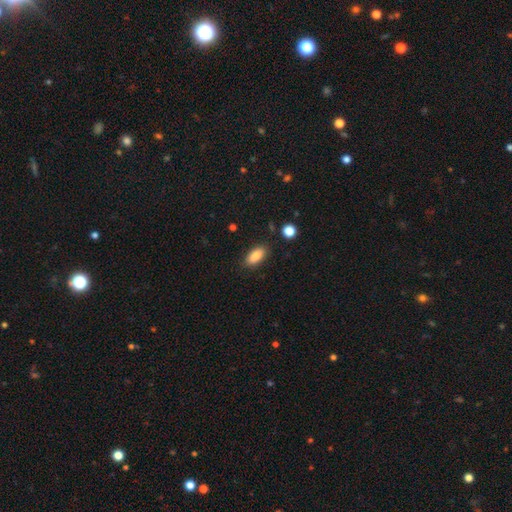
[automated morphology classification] The model was most divided on "merging": none: 85%, minor disturbance: 10%, major disturbance: 2%, merger: 2%. More confident: how rounded — in between (88%); smooth or featured — smooth (86%).